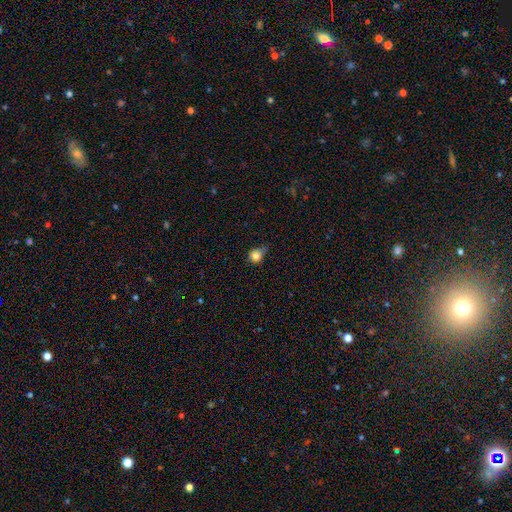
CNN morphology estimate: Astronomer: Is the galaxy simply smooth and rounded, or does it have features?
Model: smooth — 81%.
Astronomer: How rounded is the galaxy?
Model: round — 84%.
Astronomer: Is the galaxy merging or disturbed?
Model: none — 48% (runner-up: minor disturbance, 38%).